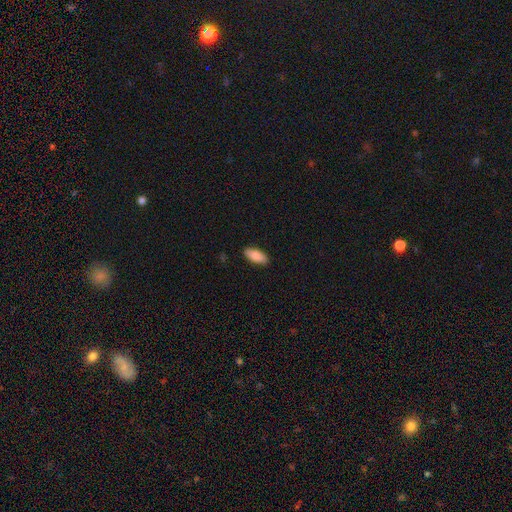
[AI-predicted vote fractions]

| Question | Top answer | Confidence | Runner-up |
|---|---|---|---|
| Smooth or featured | smooth | 88% | featured or disk (6%) |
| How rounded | in between | 86% | cigar-shaped (12%) |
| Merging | none | 88% | minor disturbance (9%) |